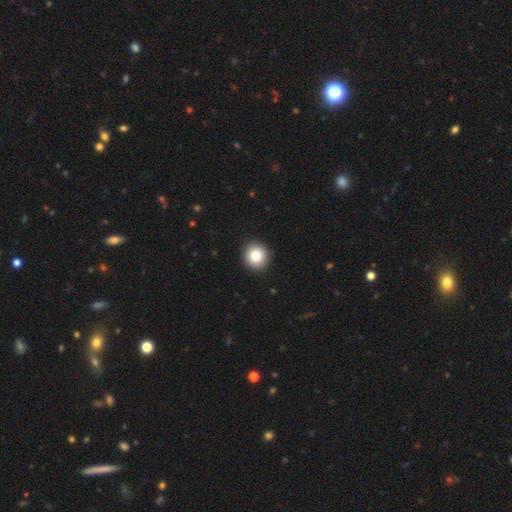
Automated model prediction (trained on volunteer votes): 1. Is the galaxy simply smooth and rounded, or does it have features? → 84% smooth, 10% star or artifact, 7% featured or disk.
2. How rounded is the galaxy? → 90% round, 9% in between, 1% cigar-shaped.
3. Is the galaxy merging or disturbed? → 92% none, 5% minor disturbance, 2% major disturbance, 1% merger.